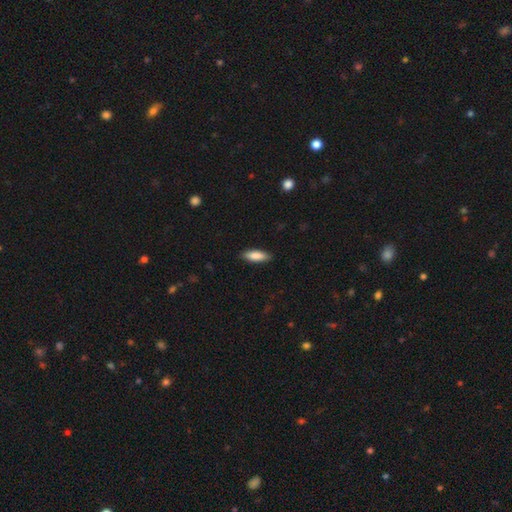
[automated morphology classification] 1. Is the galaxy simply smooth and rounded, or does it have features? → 85% smooth, 10% featured or disk, 6% star or artifact.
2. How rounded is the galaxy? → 58% in between, 41% cigar-shaped, 2% round.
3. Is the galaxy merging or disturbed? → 88% none, 9% minor disturbance, 2% major disturbance, 1% merger.